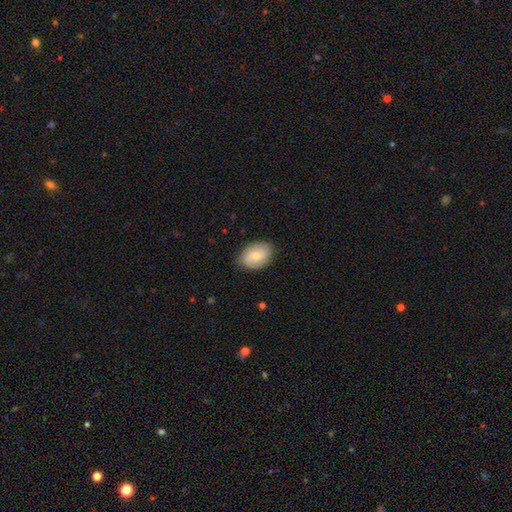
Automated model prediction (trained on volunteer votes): Smooth or featured?
  - smooth: 58% *
  - featured or disk: 36%
  - star or artifact: 6%
How rounded?
  - in between: 81% *
  - round: 18%
  - cigar-shaped: 1%
Merging?
  - none: 83% *
  - minor disturbance: 14%
  - major disturbance: 3%
  - merger: 1%